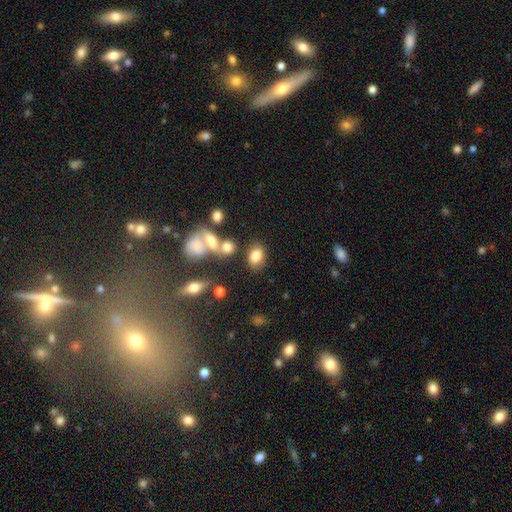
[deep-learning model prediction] Smooth or featured: smooth — 80% (star or artifact — 11%)
How rounded: in between — 74% (round — 25%)
Merging: none — 69% (merger — 13%)